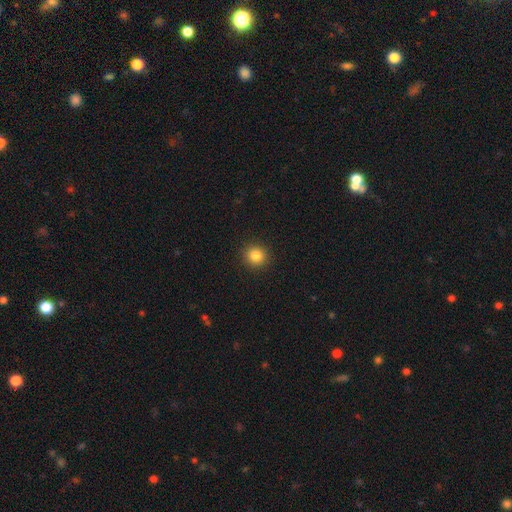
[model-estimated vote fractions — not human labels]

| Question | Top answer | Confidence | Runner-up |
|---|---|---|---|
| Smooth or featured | smooth | 84% | star or artifact (11%) |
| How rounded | round | 91% | in between (8%) |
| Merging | none | 92% | minor disturbance (5%) |